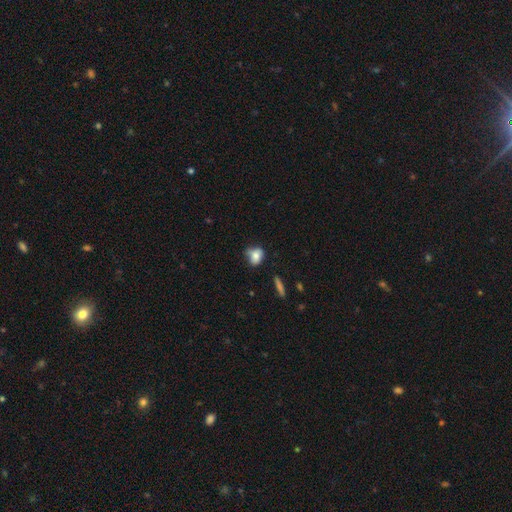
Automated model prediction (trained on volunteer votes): smooth 77%, featured or disk 13%, star or artifact 9%. Down the decision tree: how rounded — round (50%); merging — none (50%).